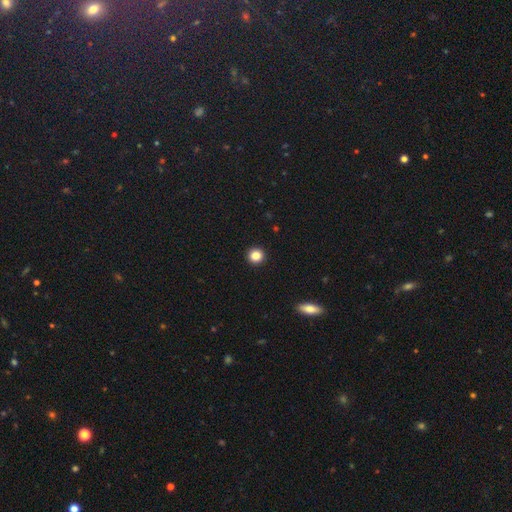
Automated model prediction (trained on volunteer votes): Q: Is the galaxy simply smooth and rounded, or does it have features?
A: smooth — 86%.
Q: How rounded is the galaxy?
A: round — 95%.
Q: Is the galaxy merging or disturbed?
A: none — 94%.